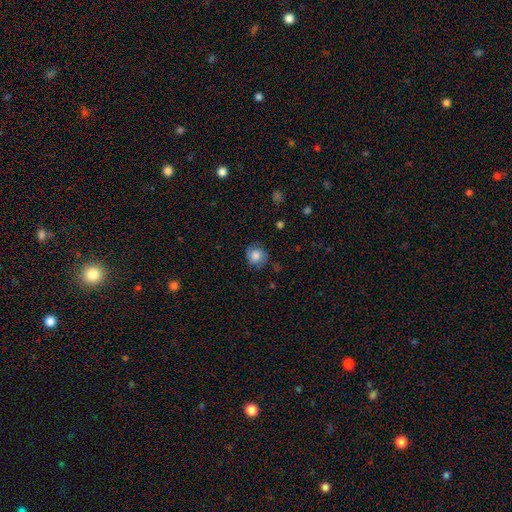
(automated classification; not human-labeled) smooth 72%, featured or disk 19%, star or artifact 9%. Down the decision tree: how rounded — round (85%); merging — none (74%).